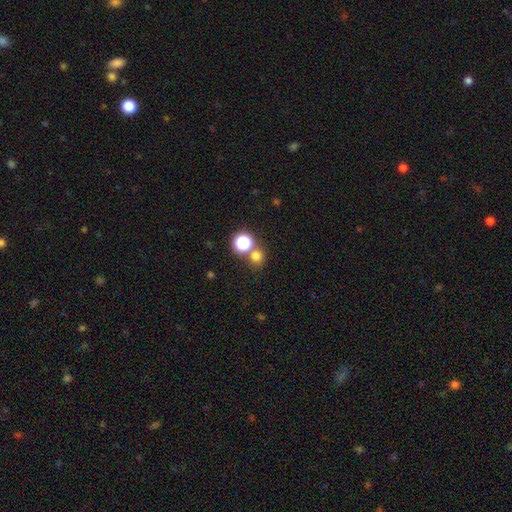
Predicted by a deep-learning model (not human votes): A smooth galaxy with no disk features (71%) that is round (87%). Merging: none (66%).